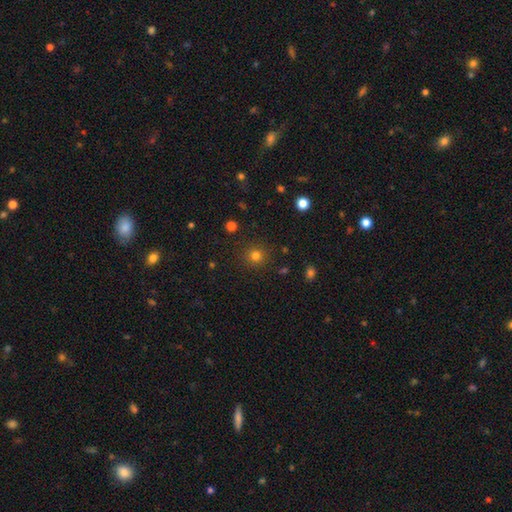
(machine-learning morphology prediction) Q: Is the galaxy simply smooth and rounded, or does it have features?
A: smooth — 80%.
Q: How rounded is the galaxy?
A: round — 92%.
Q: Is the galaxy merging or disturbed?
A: none — 88%.